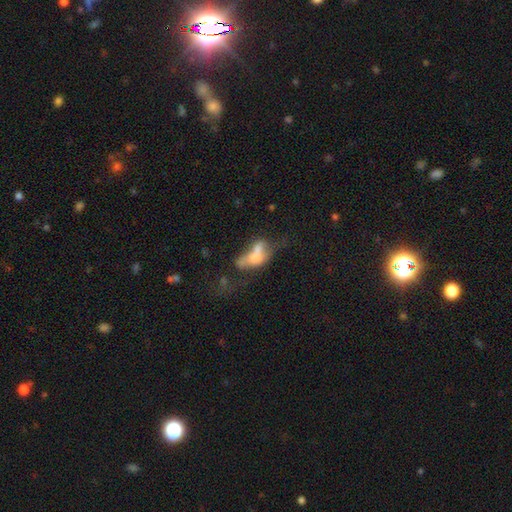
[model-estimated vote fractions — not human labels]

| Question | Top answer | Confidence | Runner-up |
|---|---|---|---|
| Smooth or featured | smooth | 52% | featured or disk (38%) |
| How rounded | in between | 82% | cigar-shaped (10%) |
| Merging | merger | 54% | major disturbance (19%) |